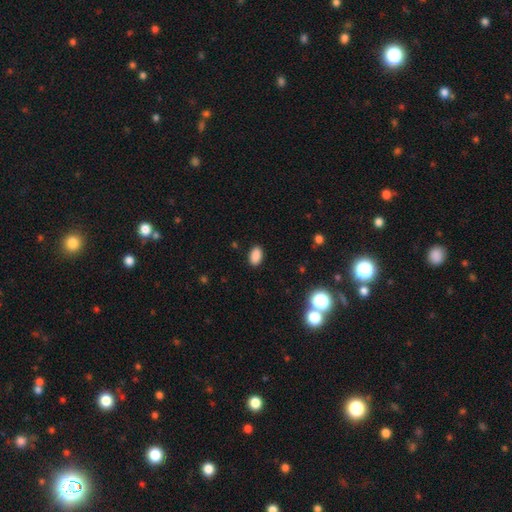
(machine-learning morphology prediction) A smooth galaxy with no disk features (88%) that is in between round and cigar-shaped (92%). Merging: none (89%).